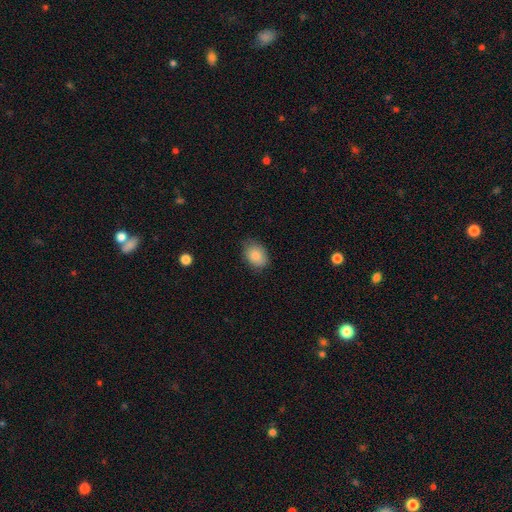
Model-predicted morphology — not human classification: Smooth or featured: smooth — 86% (star or artifact — 7%)
How rounded: in between — 72% (round — 27%)
Merging: none — 75% (minor disturbance — 21%)